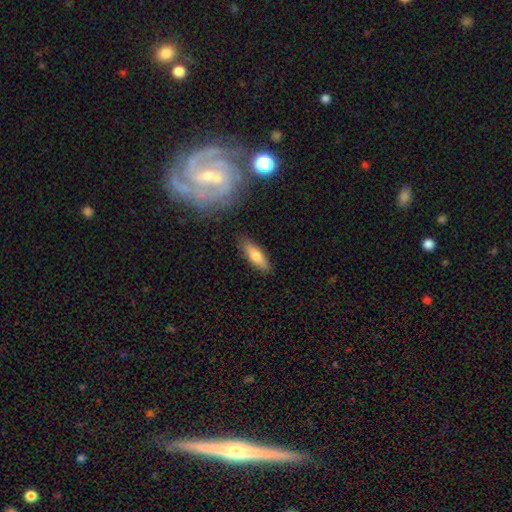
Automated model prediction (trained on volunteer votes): Smooth or featured? smooth (69%)
How rounded? cigar-shaped (52%)
Merging? none (86%)